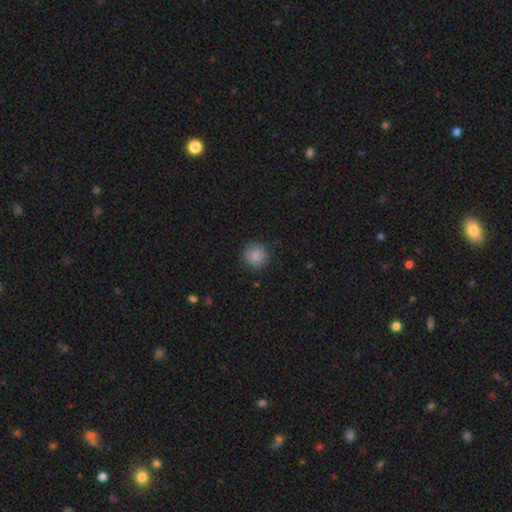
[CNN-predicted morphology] A smooth galaxy with no disk features (85%) that is round (93%).

Vote fractions:
- Smooth or featured? smooth: 85% / star or artifact: 9% / featured or disk: 6%
- How rounded? round: 93% / in between: 6% / cigar-shaped: 1%
- Merging? none: 87% / minor disturbance: 9% / major disturbance: 3% / merger: 1%